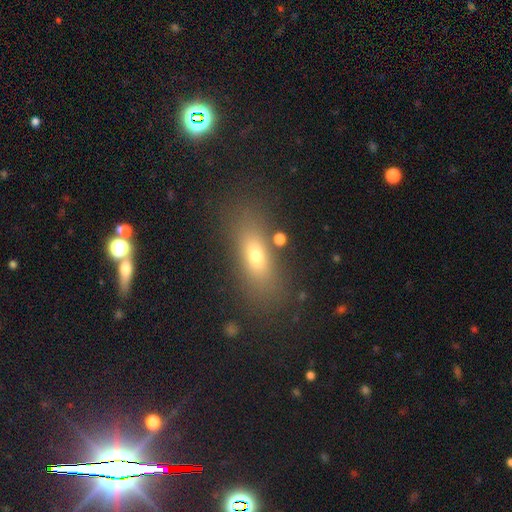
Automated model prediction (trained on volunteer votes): This appears to be a smooth galaxy with no disk features (63%) that is in between round and cigar-shaped (62%). Merging: none (79%).